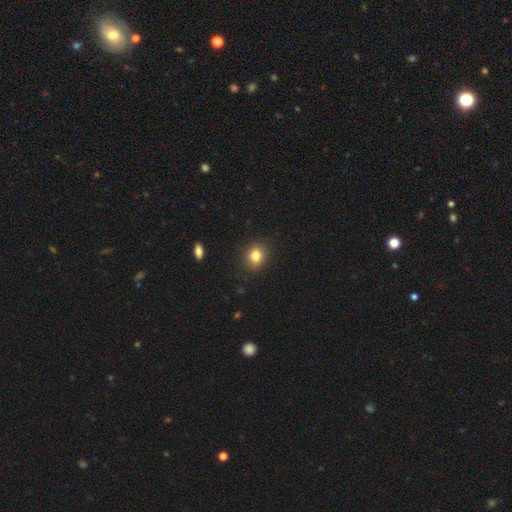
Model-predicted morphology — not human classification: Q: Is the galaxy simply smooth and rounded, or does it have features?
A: smooth — 82%.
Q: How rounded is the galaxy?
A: round — 60%.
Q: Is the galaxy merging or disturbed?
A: none — 86%.